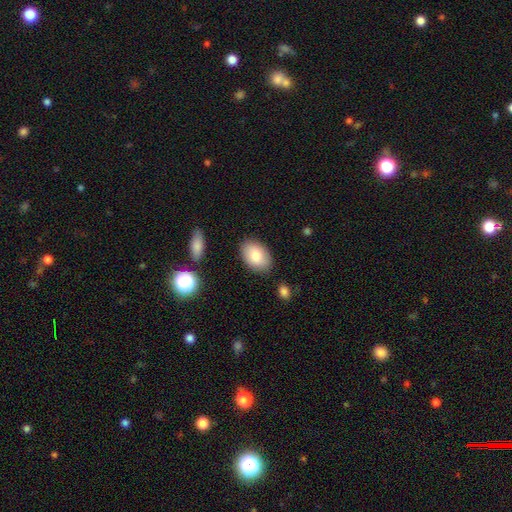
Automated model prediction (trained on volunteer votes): smooth 81%, featured or disk 12%, star or artifact 7%. Down the decision tree: how rounded — in between (88%); merging — none (84%).